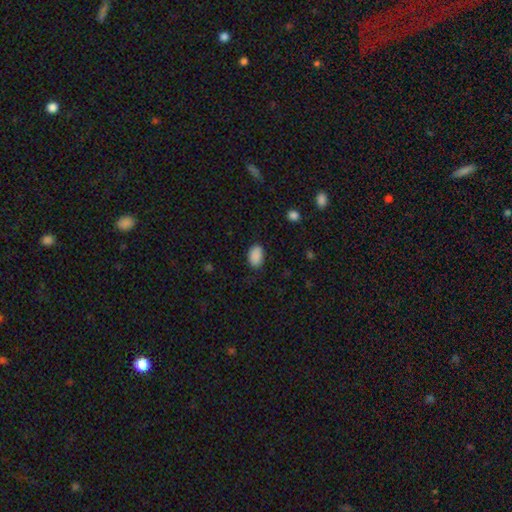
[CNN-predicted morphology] Smooth or featured? Predicted: smooth (p=0.89). How rounded? Predicted: in between (p=0.89). Merging? Predicted: none (p=0.83).